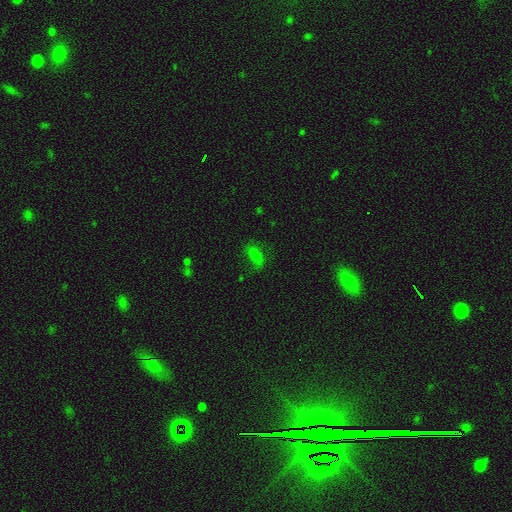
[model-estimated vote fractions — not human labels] A smooth galaxy with no disk features (65%) that is in between round and cigar-shaped (81%).

Vote fractions:
- Smooth or featured? smooth: 65% / star or artifact: 19% / featured or disk: 17%
- How rounded? in between: 81% / cigar-shaped: 12% / round: 7%
- Merging? none: 64% / minor disturbance: 23% / major disturbance: 11% / merger: 2%